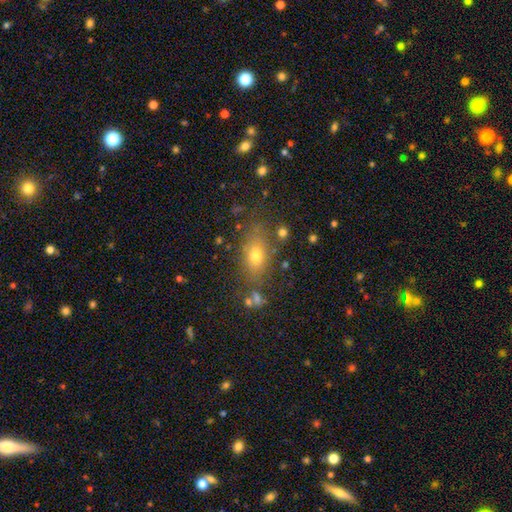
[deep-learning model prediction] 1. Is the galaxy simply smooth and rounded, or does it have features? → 70% smooth, 15% featured or disk, 15% star or artifact.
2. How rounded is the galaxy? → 77% in between, 16% round, 7% cigar-shaped.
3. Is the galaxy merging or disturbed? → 74% none, 14% minor disturbance, 6% major disturbance, 6% merger.